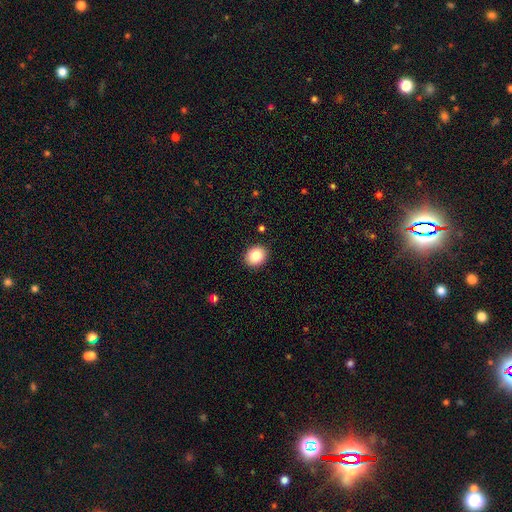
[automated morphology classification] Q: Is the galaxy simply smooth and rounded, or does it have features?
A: smooth — 84%.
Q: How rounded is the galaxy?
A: round — 65%.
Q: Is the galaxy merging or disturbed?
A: none — 90%.